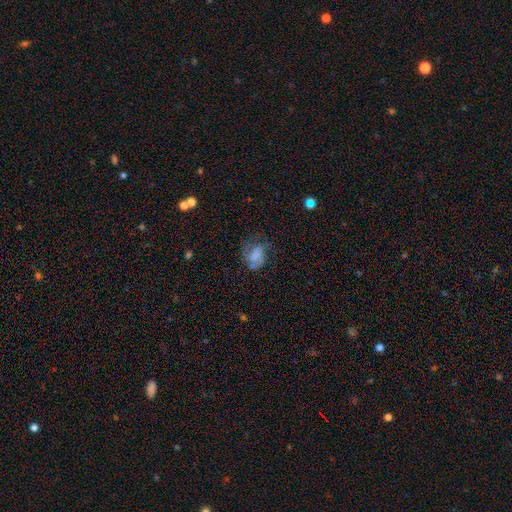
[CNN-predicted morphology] Smooth or featured? Predicted: smooth (p=0.51). How rounded? Predicted: in between (p=0.67). Merging? Predicted: none (p=0.37).